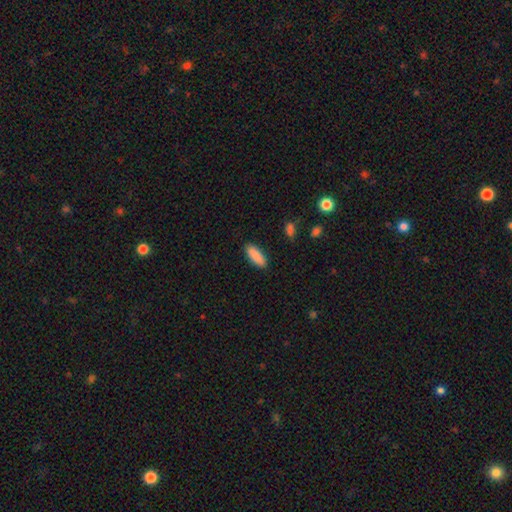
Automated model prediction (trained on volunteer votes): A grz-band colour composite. It shows a smooth galaxy with no disk features (90%) that is in between round and cigar-shaped (62%). Merging: none (89%).